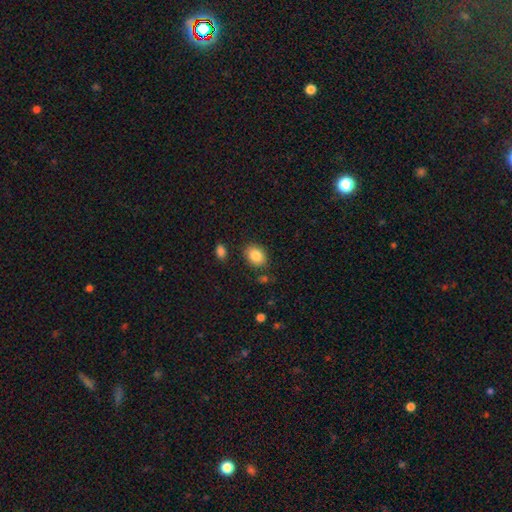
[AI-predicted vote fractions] smooth-or-featured: smooth: 85% | star or artifact: 8% | featured or disk: 7%
  how-rounded: in between: 70% | round: 29% | cigar-shaped: 1%
  merging: none: 82% | minor disturbance: 11% | merger: 3% | major disturbance: 3%